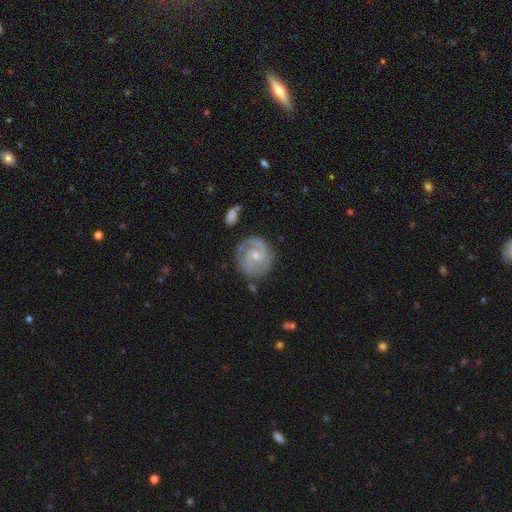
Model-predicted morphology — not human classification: A featured or disk galaxy (86%) with no bar (55%), 2 (77%) tight (47%) spiral arms (97%) and a small central bulge (51%).

Vote fractions:
- Smooth or featured? featured or disk: 86% / smooth: 9% / star or artifact: 5%
- Edge-on disk? no: 98% / yes: 2%
- Bar? no: 55% / weak: 38% / strong: 7%
- Spiral arms? yes: 97% / no: 3%
- Spiral winding? tight: 47% / medium: 44% / loose: 10%
- Spiral arm count? 2: 77% / 3: 9% / can't tell: 7% / 1: 3% / 4: 2% / more than 4: 2%
- Bulge size? small: 51% / moderate: 45% / none: 2% / large: 1% / dominant: 1%
- Merging? none: 75% / minor disturbance: 16% / major disturbance: 5% / merger: 3%